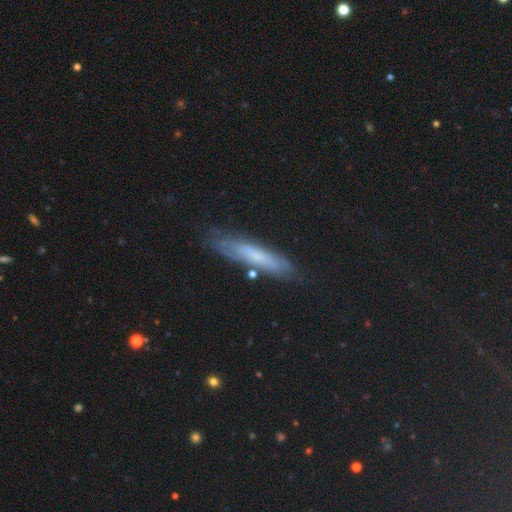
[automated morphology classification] This is marginally a smooth galaxy (44%). Merging: clearly none (80%).